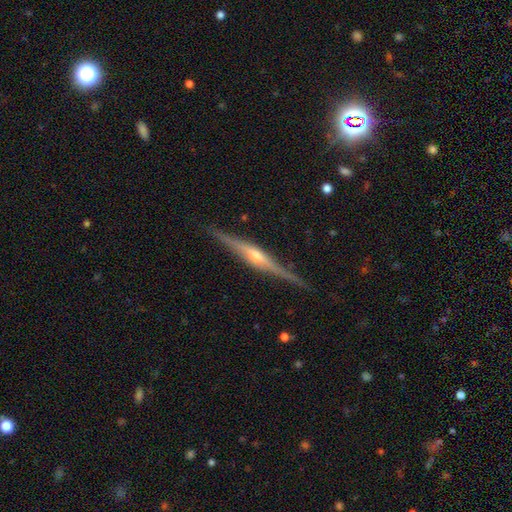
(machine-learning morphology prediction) featured or disk 84%, smooth 11%, star or artifact 5%. Down the decision tree: edge-on disk — yes (98%); edge-on bulge — rounded (83%); merging — none (88%).